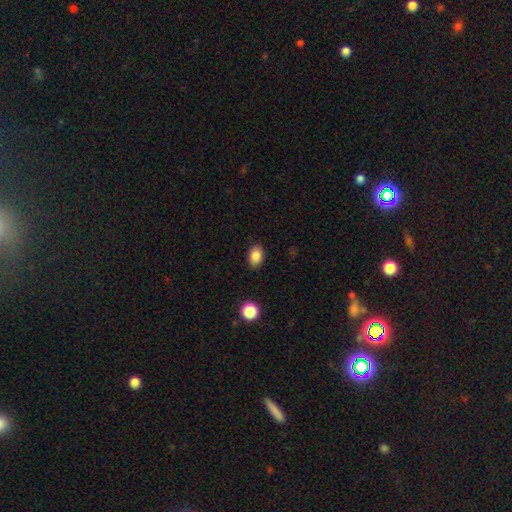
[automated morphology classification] A smooth galaxy with no disk features (85%) that is in between round and cigar-shaped (76%). Merging: none (86%).